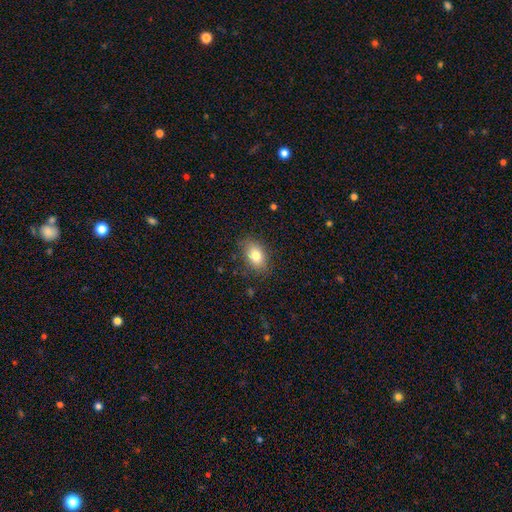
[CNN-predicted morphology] Smooth or featured? Predicted: smooth (p=0.79). How rounded? Predicted: in between (p=0.83). Merging? Predicted: none (p=0.80).